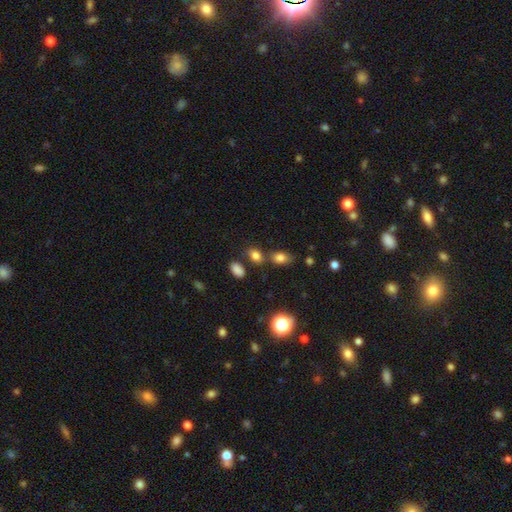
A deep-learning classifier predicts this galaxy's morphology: smooth_or_featured: smooth (p=0.80) [alt: star or artifact p=0.14]
how_rounded: in between (p=0.80) [alt: round p=0.18]
merging: none (p=0.67) [alt: merger p=0.16]